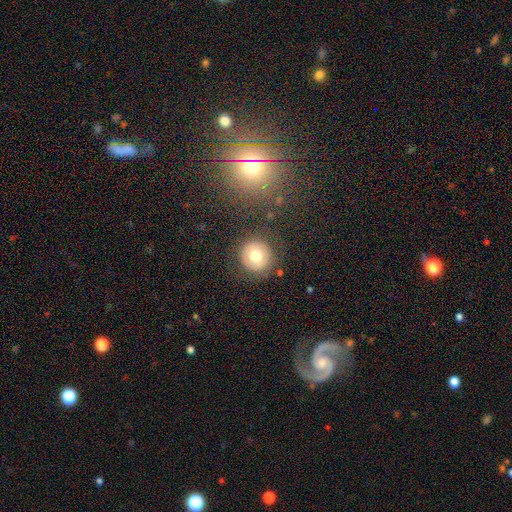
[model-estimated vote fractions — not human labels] smooth_or_featured: smooth (p=0.67) [alt: featured or disk p=0.23]
how_rounded: round (p=0.94) [alt: in between p=0.06]
merging: none (p=0.86) [alt: minor disturbance p=0.09]